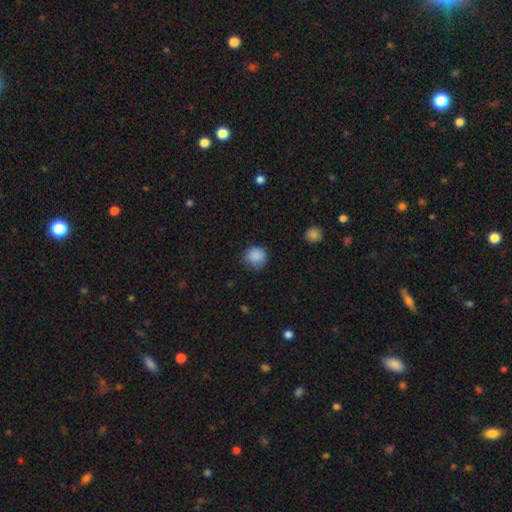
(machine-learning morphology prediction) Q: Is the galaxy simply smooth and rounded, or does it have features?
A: smooth — 88%.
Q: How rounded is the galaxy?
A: round — 89%.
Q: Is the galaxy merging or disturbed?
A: none — 79%.